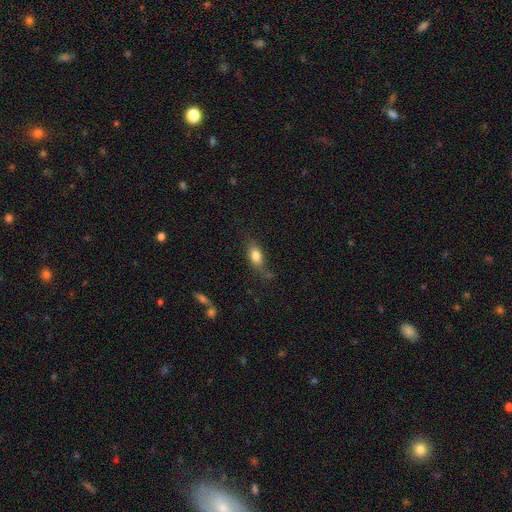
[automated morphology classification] smooth 79%, featured or disk 13%, star or artifact 8%. Down the decision tree: how rounded — in between (80%); merging — none (65%).